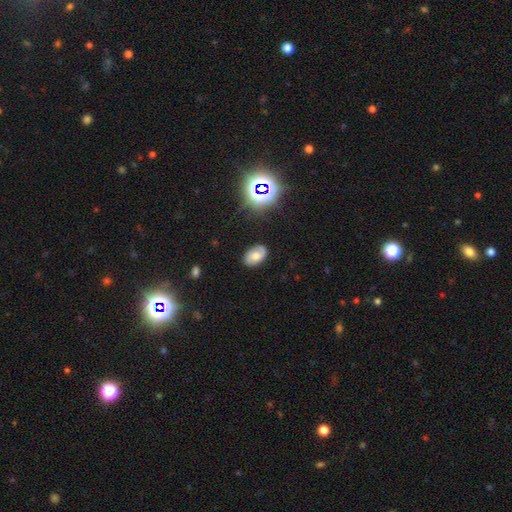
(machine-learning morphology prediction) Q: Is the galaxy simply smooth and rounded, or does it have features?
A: smooth — 50%.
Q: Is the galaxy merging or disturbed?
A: none — 78%.